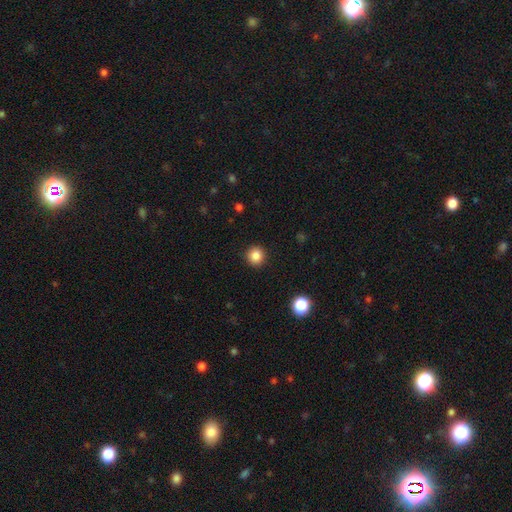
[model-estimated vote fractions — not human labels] The model was most divided on "smooth or featured": smooth: 85%, star or artifact: 11%, featured or disk: 4%. More confident: how rounded — round (93%); merging — none (92%).